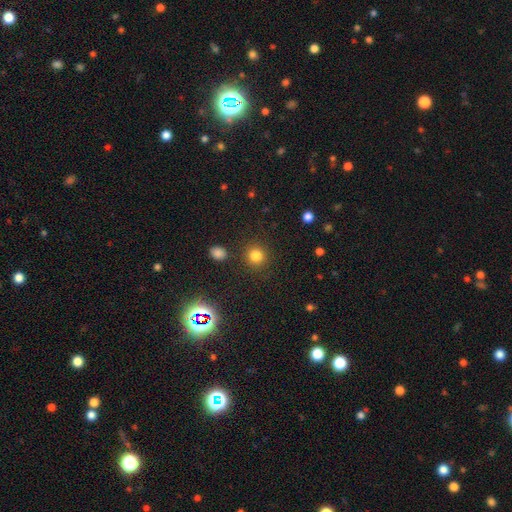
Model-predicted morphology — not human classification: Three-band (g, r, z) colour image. It shows a smooth galaxy with no disk features (80%) that is round (91%). Merging: none (89%).